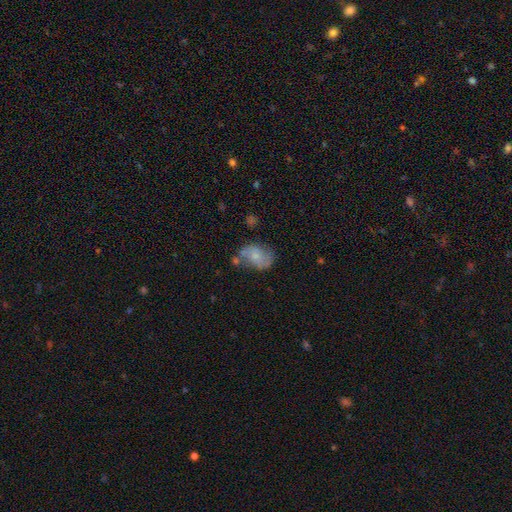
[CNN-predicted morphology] smooth 53%, featured or disk 38%, star or artifact 9%. Down the decision tree: how rounded — in between (76%); merging — none (46%).